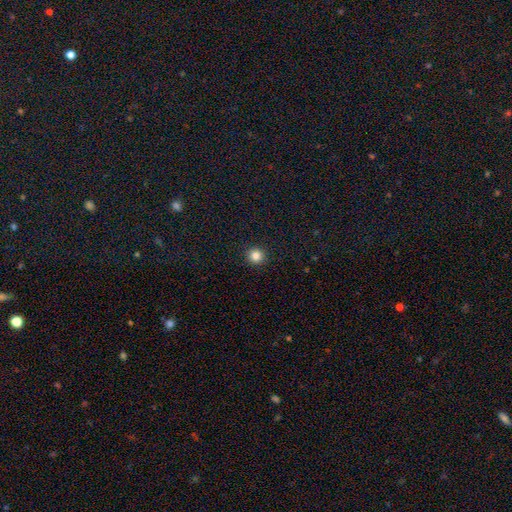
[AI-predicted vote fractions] This appears to be a smooth galaxy with no disk features (85%) that is round (94%). Merging: none (93%).